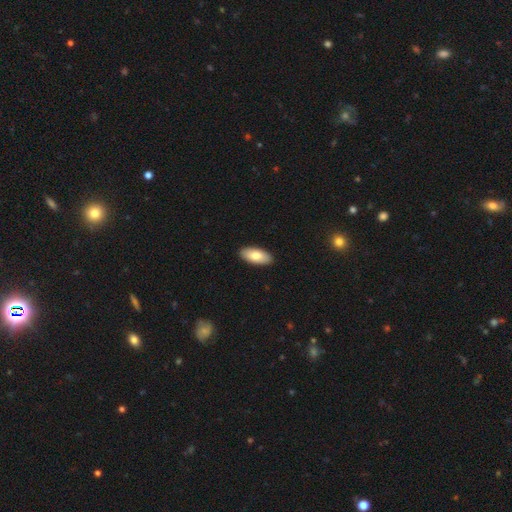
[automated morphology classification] This is clearly a smooth galaxy (80%). How rounded: clearly in between (91%). Merging: clearly none (91%).